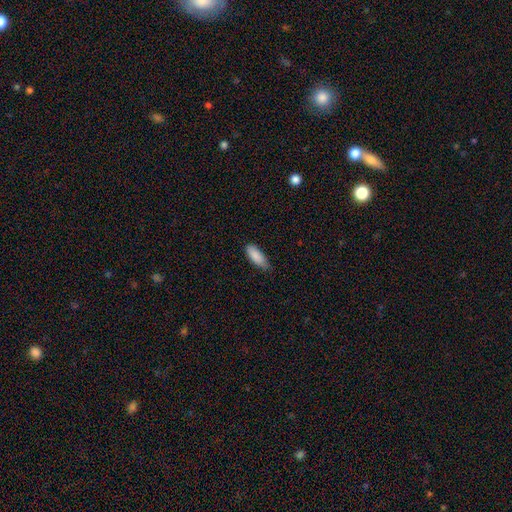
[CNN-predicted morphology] Smooth or featured? Predicted: smooth (p=0.88). How rounded? Predicted: in between (p=0.73). Merging? Predicted: none (p=0.67).